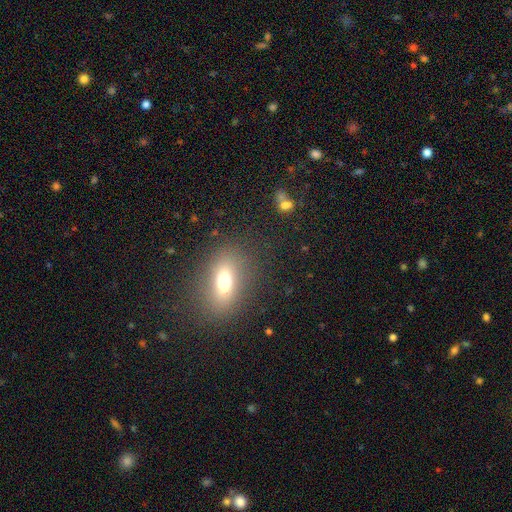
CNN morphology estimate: smooth 59%, featured or disk 22%, star or artifact 19%. Down the decision tree: how rounded — in between (69%); merging — none (86%).